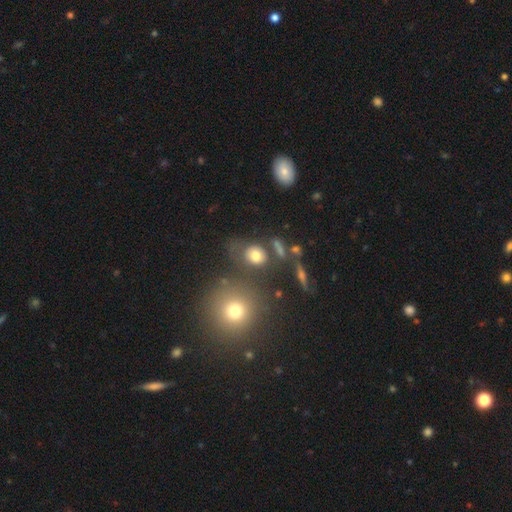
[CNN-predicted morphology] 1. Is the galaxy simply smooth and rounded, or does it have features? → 75% smooth, 13% star or artifact, 12% featured or disk.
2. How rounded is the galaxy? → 55% round, 43% in between, 2% cigar-shaped.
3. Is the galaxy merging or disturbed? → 60% none, 17% minor disturbance, 12% merger, 11% major disturbance.